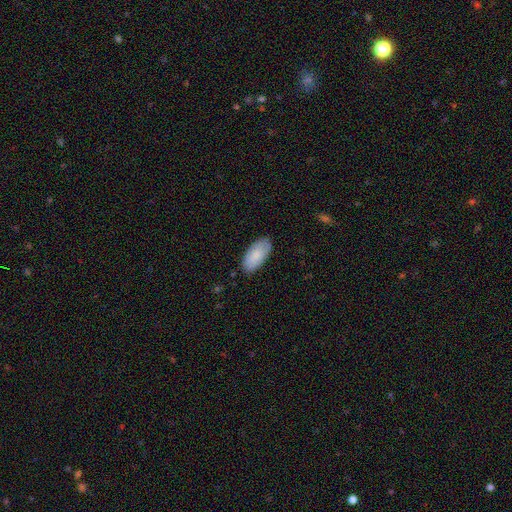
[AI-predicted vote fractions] Smooth or featured: smooth — 85% (featured or disk — 9%)
How rounded: in between — 94% (cigar-shaped — 4%)
Merging: none — 82% (minor disturbance — 14%)